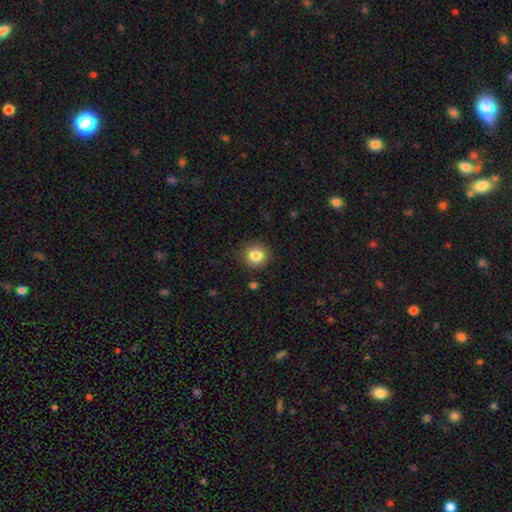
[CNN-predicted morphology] Overall: smooth (84%). How rounded: round (88%). Merging: none (87%).